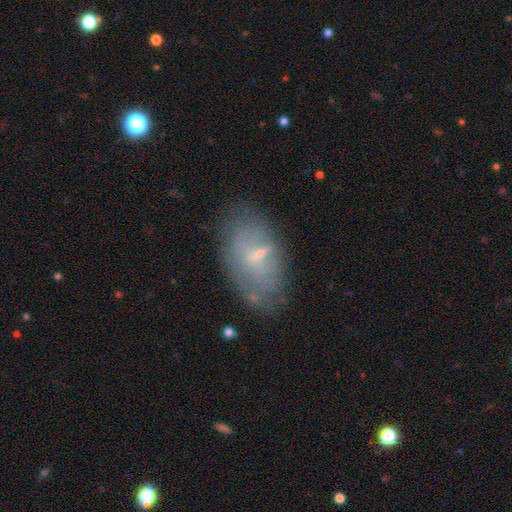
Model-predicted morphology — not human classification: Overall: featured or disk (47%; smooth 44%). Merging: none (63%; minor disturbance 24%).